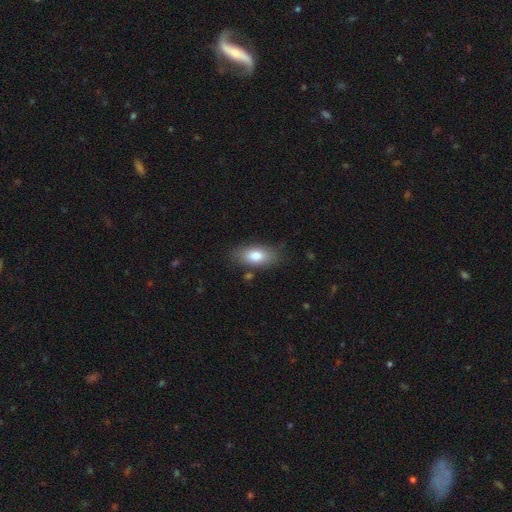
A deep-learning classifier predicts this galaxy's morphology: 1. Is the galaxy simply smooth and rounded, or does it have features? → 81% smooth, 12% featured or disk, 7% star or artifact.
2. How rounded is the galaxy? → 88% in between, 8% cigar-shaped, 4% round.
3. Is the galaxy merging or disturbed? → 79% none, 15% minor disturbance, 4% major disturbance, 2% merger.